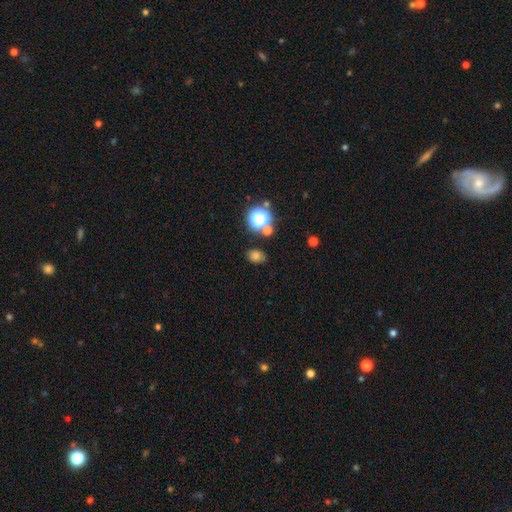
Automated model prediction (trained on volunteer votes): smooth-or-featured: smooth: 70% | star or artifact: 22% | featured or disk: 8%
  how-rounded: in between: 59% | round: 40% | cigar-shaped: 1%
  merging: none: 79% | minor disturbance: 12% | merger: 6% | major disturbance: 4%